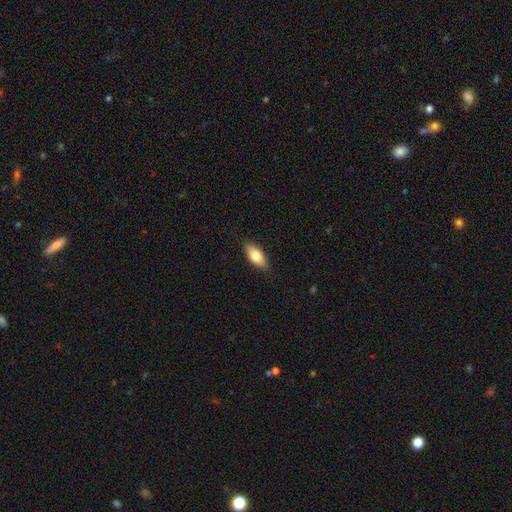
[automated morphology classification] This appears to be a smooth galaxy with no disk features (74%) that is in between round and cigar-shaped (81%). Merging: none (87%).